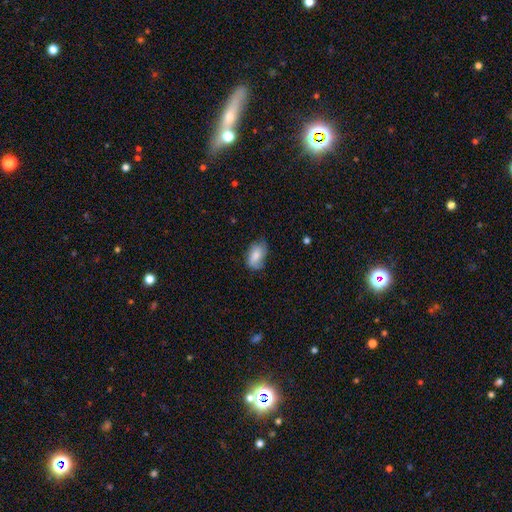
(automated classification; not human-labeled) Q: Smooth or featured?
A: smooth (72%); runner-up: featured or disk (21%)
Q: How rounded?
A: in between (89%); runner-up: round (9%)
Q: Merging?
A: none (57%); runner-up: minor disturbance (33%)